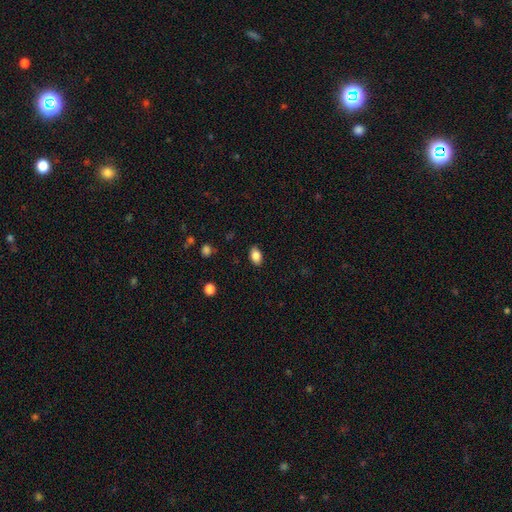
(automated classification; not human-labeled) A smooth galaxy with no disk features (86%) that is in between round and cigar-shaped (86%).

Vote fractions:
- Smooth or featured? smooth: 86% / star or artifact: 9% / featured or disk: 6%
- How rounded? in between: 86% / round: 12% / cigar-shaped: 1%
- Merging? none: 88% / minor disturbance: 9% / major disturbance: 2% / merger: 1%